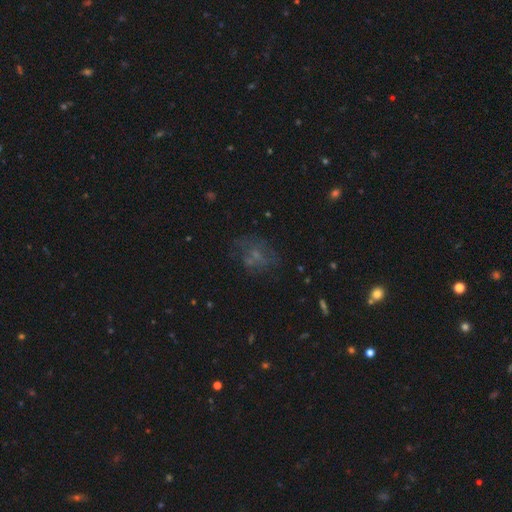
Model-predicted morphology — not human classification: type=smooth (39%); merging=none (51%).